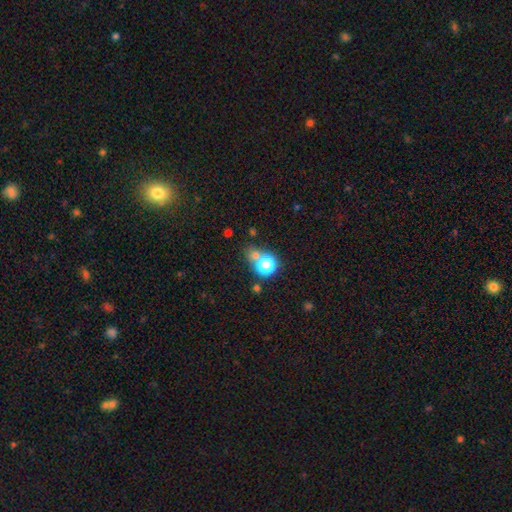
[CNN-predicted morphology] Smooth or featured?
  - smooth: 58% *
  - star or artifact: 34%
  - featured or disk: 8%
How rounded?
  - round: 82% *
  - in between: 17%
  - cigar-shaped: 1%
Merging?
  - none: 60% *
  - merger: 25%
  - minor disturbance: 9%
  - major disturbance: 6%